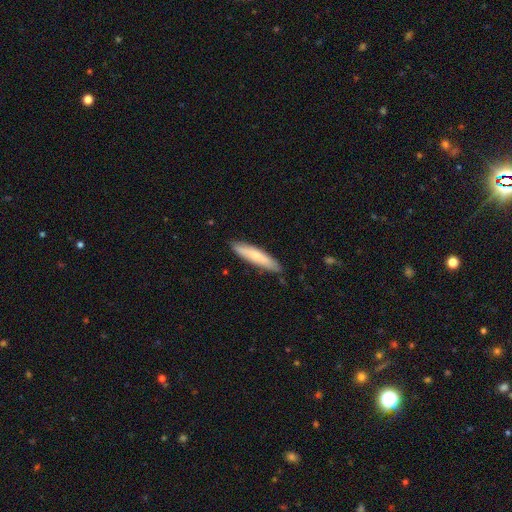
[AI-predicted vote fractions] Smooth or featured?
  - smooth: 69% *
  - featured or disk: 26%
  - star or artifact: 5%
How rounded?
  - cigar-shaped: 86% *
  - in between: 12%
  - round: 1%
Merging?
  - none: 85% *
  - minor disturbance: 12%
  - major disturbance: 2%
  - merger: 1%